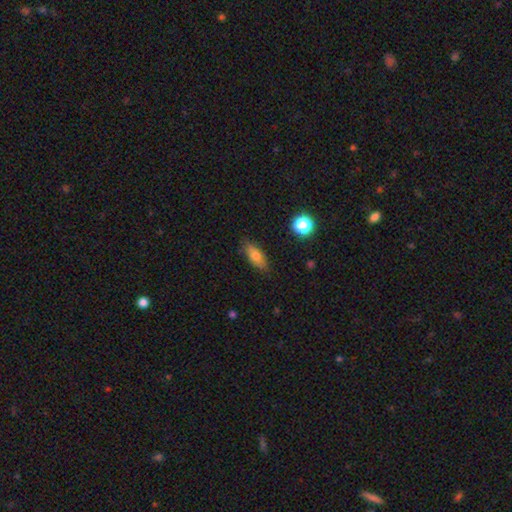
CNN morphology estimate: smooth_or_featured: smooth (p=0.76) [alt: featured or disk p=0.15]
how_rounded: in between (p=0.72) [alt: cigar-shaped p=0.24]
merging: none (p=0.82) [alt: minor disturbance p=0.13]